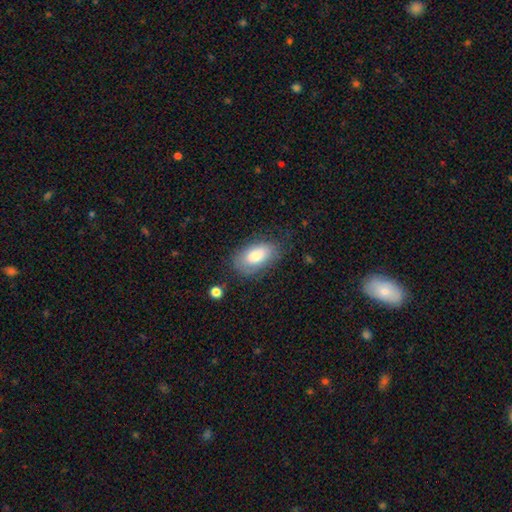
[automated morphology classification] Smooth or featured? Predicted: smooth (p=0.79). How rounded? Predicted: in between (p=0.93). Merging? Predicted: none (p=0.70).